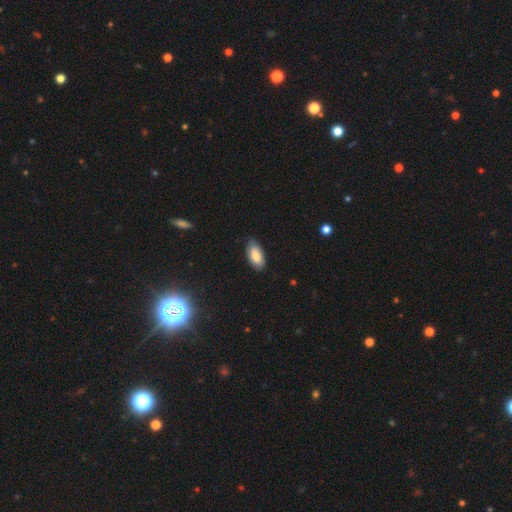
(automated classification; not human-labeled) smooth_or_featured: smooth (p=0.83) [alt: featured or disk p=0.10]
how_rounded: in between (p=0.94) [alt: cigar-shaped p=0.04]
merging: none (p=0.80) [alt: minor disturbance p=0.16]